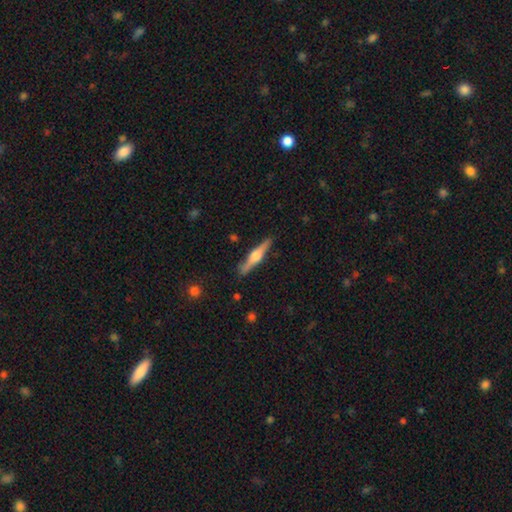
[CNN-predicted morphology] This is likely a featured or disk galaxy (69%). It is clearly viewed edge-on (97%). Edge-on bulge: clearly rounded (90%). Merging: clearly none (89%).